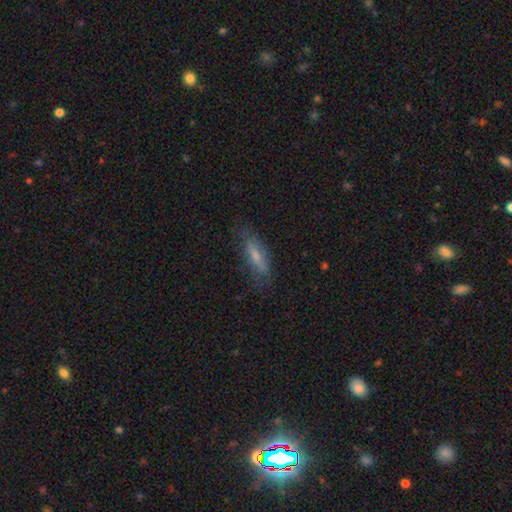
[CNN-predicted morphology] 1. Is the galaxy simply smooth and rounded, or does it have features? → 46% smooth, 44% featured or disk, 10% star or artifact.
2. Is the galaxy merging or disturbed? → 73% none, 19% minor disturbance, 7% major disturbance, 1% merger.